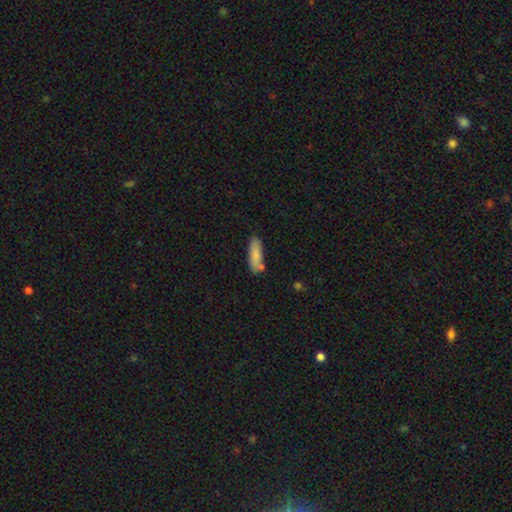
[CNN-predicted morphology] Smooth or featured: smooth — 84% (featured or disk — 10%)
How rounded: in between — 51% (cigar-shaped — 48%)
Merging: none — 69% (minor disturbance — 18%)